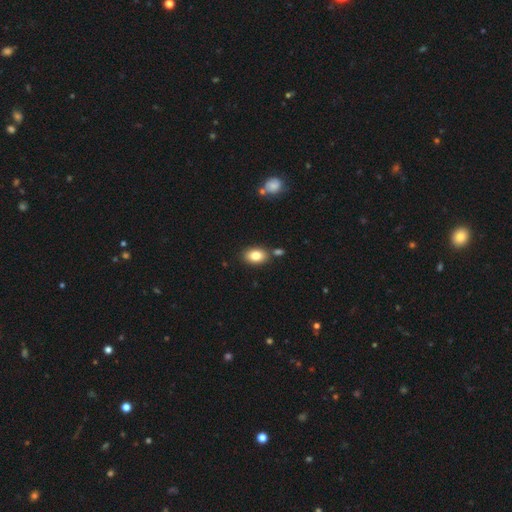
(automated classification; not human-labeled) Smooth or featured?
  - smooth: 83% *
  - featured or disk: 9%
  - star or artifact: 8%
How rounded?
  - in between: 85% *
  - round: 14%
  - cigar-shaped: 1%
Merging?
  - none: 78% *
  - minor disturbance: 11%
  - merger: 8%
  - major disturbance: 3%